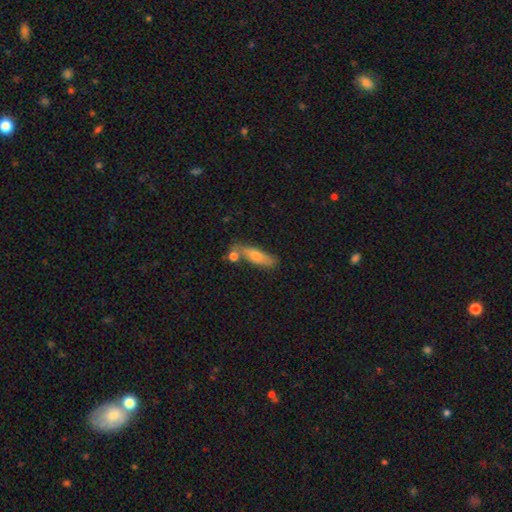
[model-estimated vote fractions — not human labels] Overall: smooth (73%). How rounded: cigar-shaped (55%; in between 42%). Merging: none (64%).